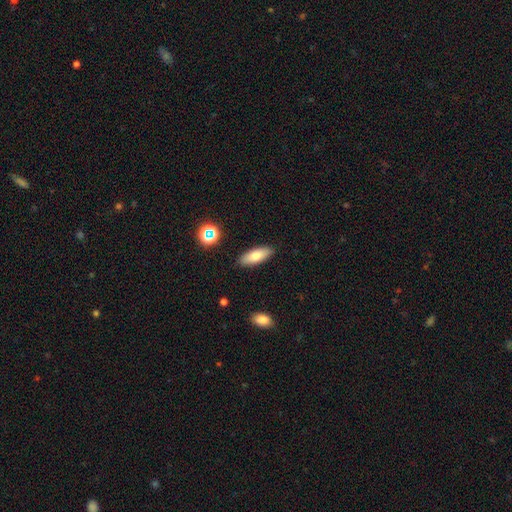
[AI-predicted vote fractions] Morphology: type=smooth (76%); roundness=in between (70%); merging=none (89%).